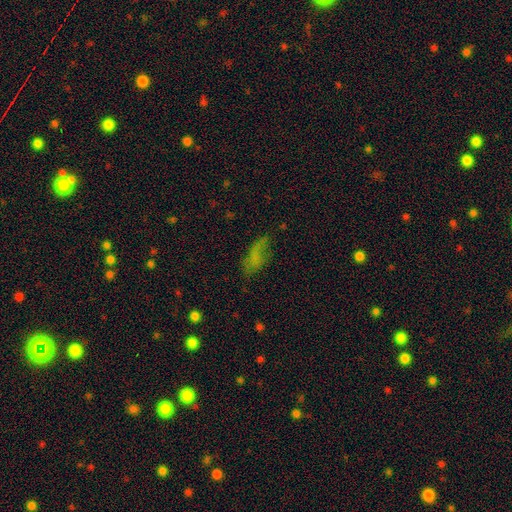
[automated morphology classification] This appears to be a smooth galaxy with no disk features (58%) that is in between round and cigar-shaped (75%). Merging: none (48%).